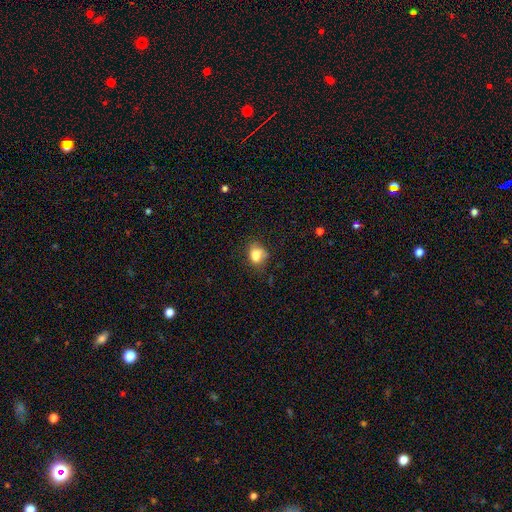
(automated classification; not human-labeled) Smooth or featured? smooth (78%)
How rounded? round (51%)
Merging? none (58%)